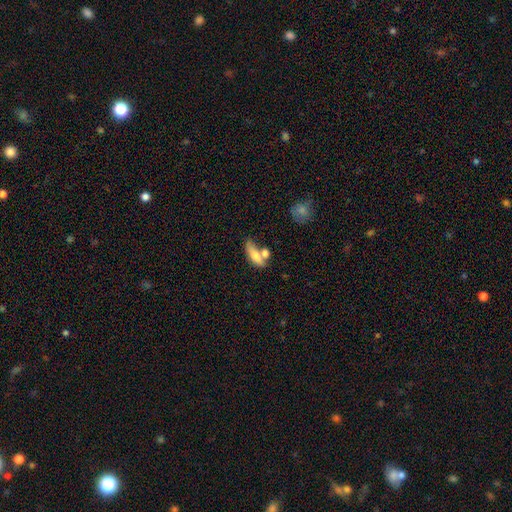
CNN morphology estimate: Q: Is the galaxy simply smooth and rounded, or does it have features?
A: smooth — 69%.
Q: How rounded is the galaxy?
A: in between — 62%.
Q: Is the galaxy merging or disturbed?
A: none — 39%.